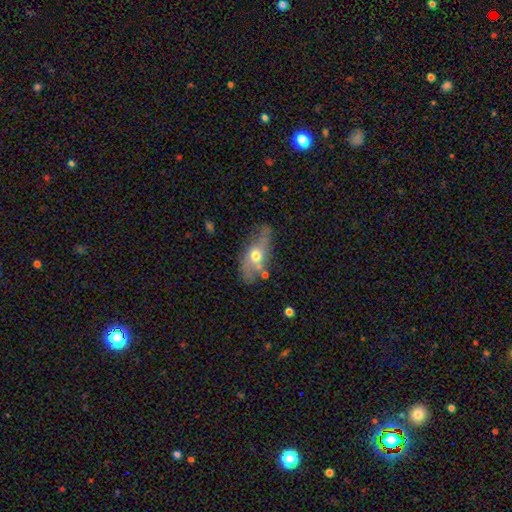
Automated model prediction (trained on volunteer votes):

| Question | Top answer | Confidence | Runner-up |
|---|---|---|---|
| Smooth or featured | smooth | 50% | featured or disk (42%) |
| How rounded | in between | 75% | cigar-shaped (16%) |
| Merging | none | 58% | minor disturbance (25%) |